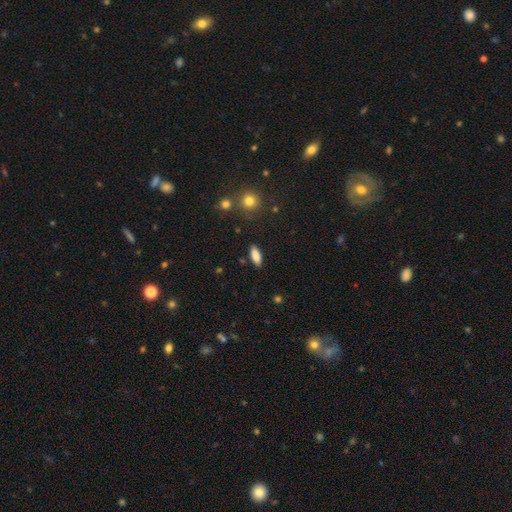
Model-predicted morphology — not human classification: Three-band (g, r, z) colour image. It shows a smooth galaxy with no disk features (86%) that is in between round and cigar-shaped (70%). Merging: none (87%).